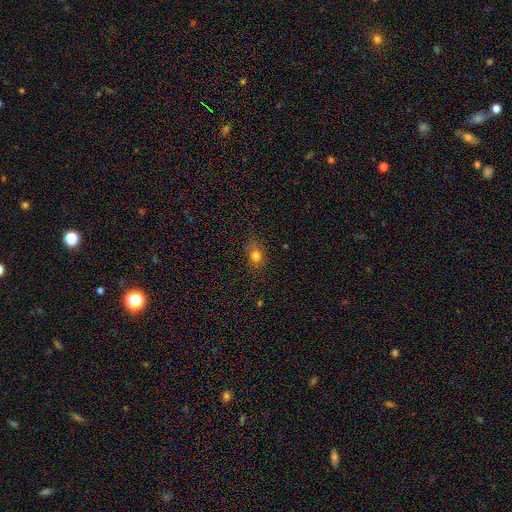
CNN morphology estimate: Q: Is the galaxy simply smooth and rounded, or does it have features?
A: smooth — 78%.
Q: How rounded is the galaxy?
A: in between — 57%.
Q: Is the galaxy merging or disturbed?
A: none — 79%.